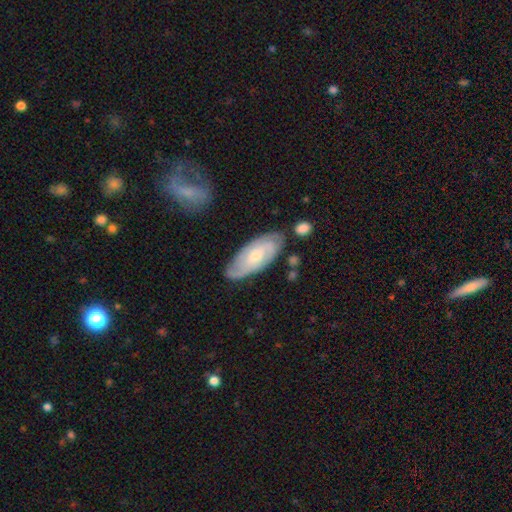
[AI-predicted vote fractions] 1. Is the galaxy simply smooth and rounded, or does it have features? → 61% featured or disk, 34% smooth, 6% star or artifact.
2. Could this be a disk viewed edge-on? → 89% no, 11% yes.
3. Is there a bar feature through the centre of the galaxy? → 64% no, 31% weak, 6% strong.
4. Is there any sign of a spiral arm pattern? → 86% yes, 14% no.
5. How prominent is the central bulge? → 50% small, 45% moderate, 2% large, 2% none, 1% dominant.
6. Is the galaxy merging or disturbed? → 74% none, 18% minor disturbance, 4% major disturbance, 4% merger.